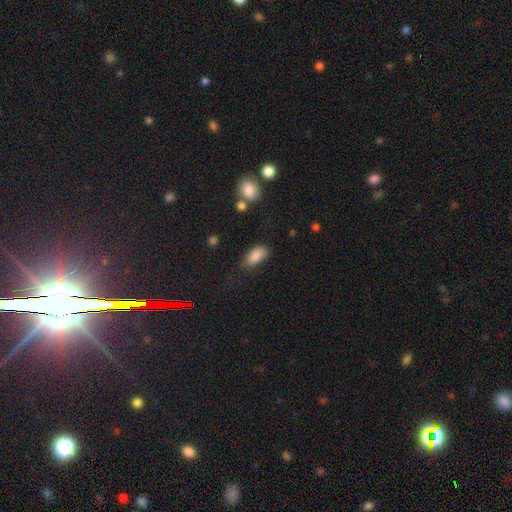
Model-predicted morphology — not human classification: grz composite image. It shows a smooth galaxy with no disk features (85%) that is in between round and cigar-shaped (90%). Merging: none (56%).